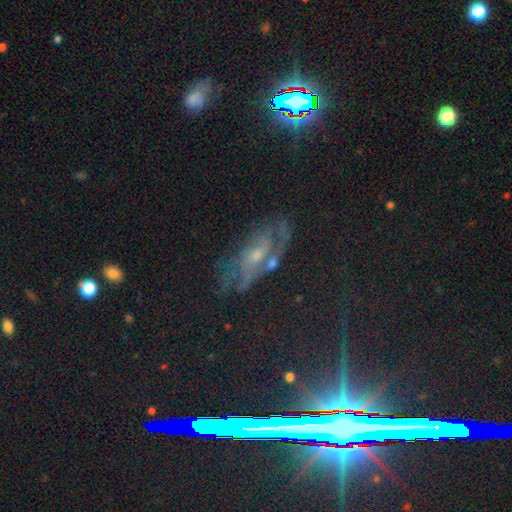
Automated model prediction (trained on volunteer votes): smooth_or_featured: featured or disk (p=0.49) [alt: star or artifact p=0.30]
merging: none (p=0.59) [alt: minor disturbance p=0.22]